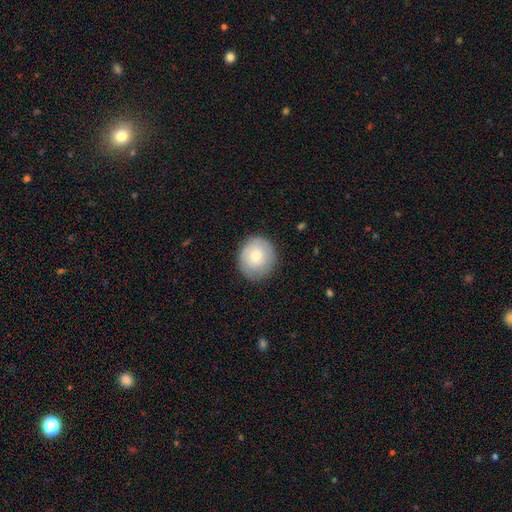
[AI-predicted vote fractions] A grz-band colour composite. It shows a smooth galaxy with no disk features (69%) that is round (82%). Merging: none (83%).